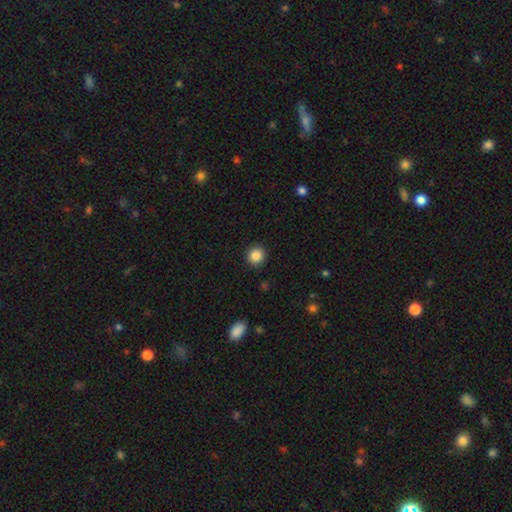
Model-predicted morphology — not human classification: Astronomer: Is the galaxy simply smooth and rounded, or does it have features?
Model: smooth — 87%.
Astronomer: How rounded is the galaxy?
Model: round — 92%.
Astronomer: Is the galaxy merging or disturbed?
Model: none — 91%.